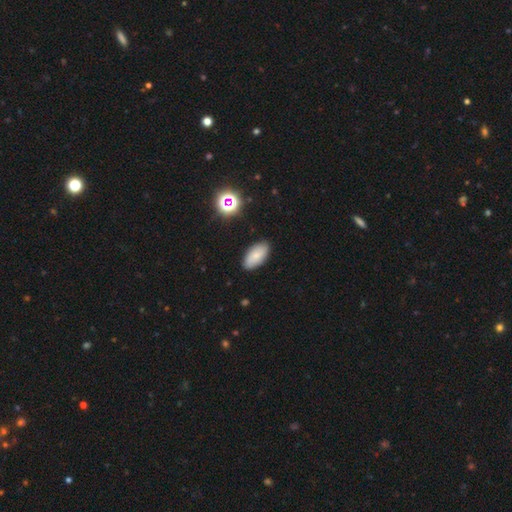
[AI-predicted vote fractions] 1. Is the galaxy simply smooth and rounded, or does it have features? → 75% smooth, 15% featured or disk, 9% star or artifact.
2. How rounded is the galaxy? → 94% in between, 3% round, 3% cigar-shaped.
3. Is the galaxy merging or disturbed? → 87% none, 10% minor disturbance, 2% major disturbance, 1% merger.